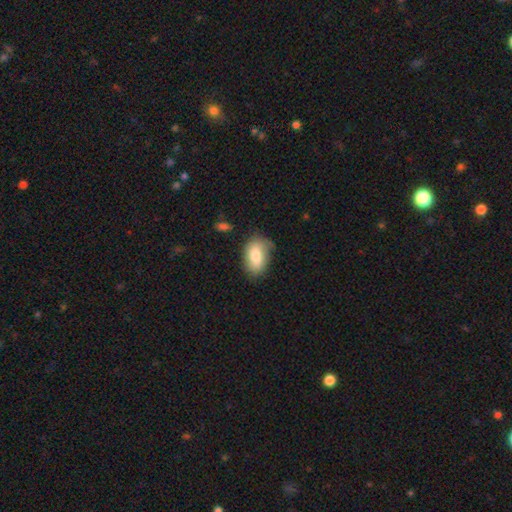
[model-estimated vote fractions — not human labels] A smooth galaxy with no disk features (78%) that is in between round and cigar-shaped (90%). Merging: none (68%).